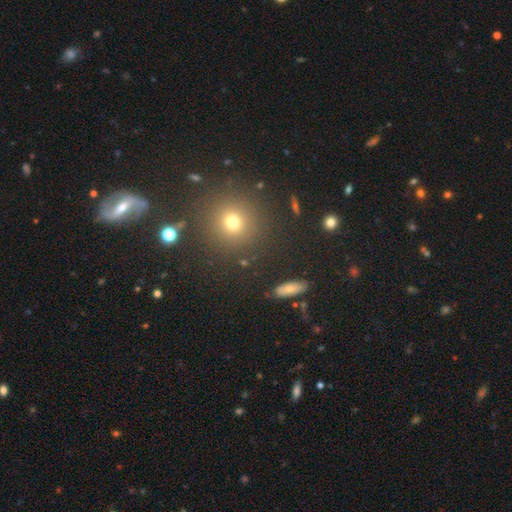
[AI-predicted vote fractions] smooth-or-featured: smooth: 49% | star or artifact: 39% | featured or disk: 12%
  merging: none: 83% | minor disturbance: 7% | merger: 6% | major disturbance: 3%